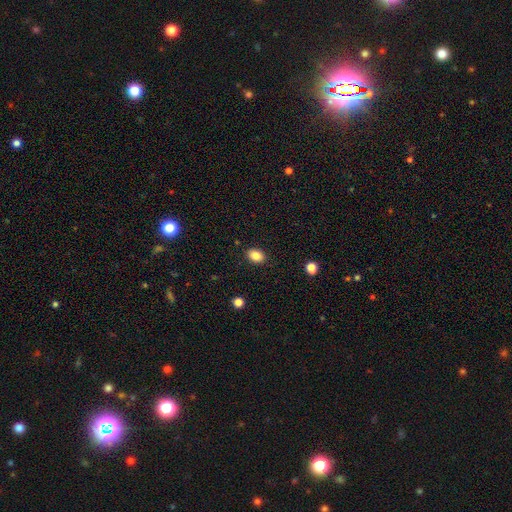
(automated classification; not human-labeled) Morphology: type=smooth (85%); roundness=in between (76%); merging=none (88%).